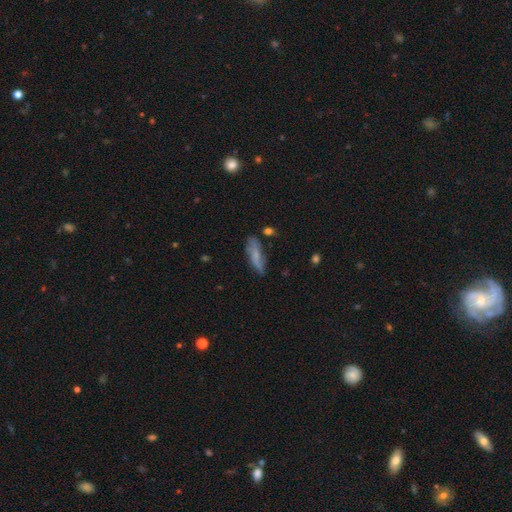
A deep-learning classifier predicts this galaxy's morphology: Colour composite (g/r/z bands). It shows a smooth galaxy with no disk features (56%) that is cigar-shaped (50%). Merging: none (64%).